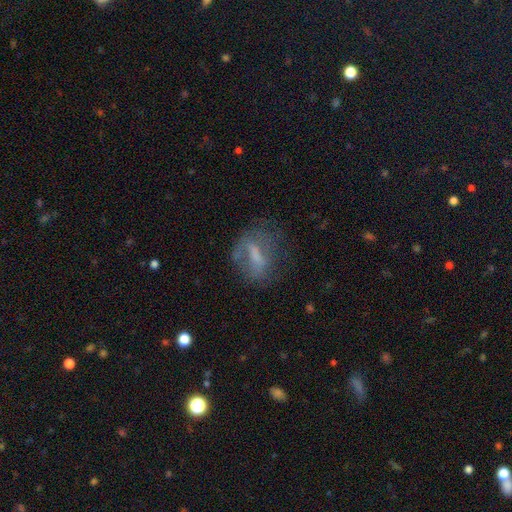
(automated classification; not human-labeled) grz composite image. It shows a featured or disk galaxy (46%). Merging: none (52%).